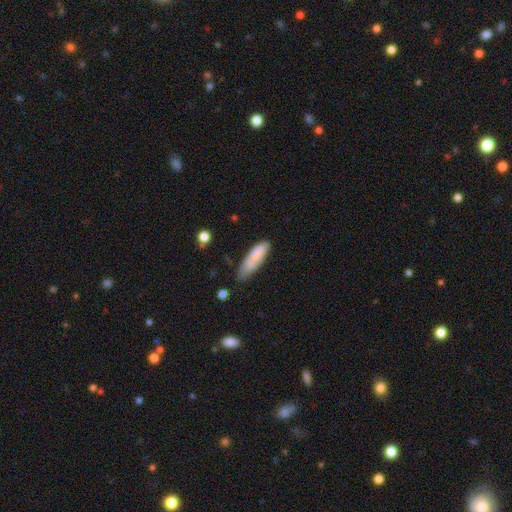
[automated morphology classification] Smooth or featured: smooth — 75% (featured or disk — 18%)
How rounded: in between — 50% (cigar-shaped — 48%)
Merging: none — 50% (minor disturbance — 33%)